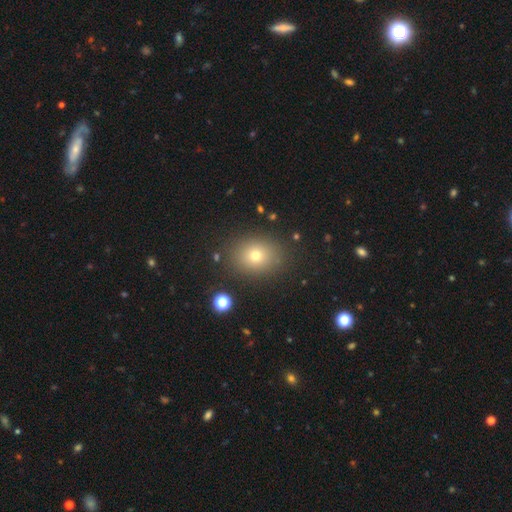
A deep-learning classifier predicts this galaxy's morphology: smooth_or_featured: smooth (p=0.71) [alt: star or artifact p=0.17]
how_rounded: round (p=0.57) [alt: in between p=0.42]
merging: none (p=0.86) [alt: minor disturbance p=0.08]